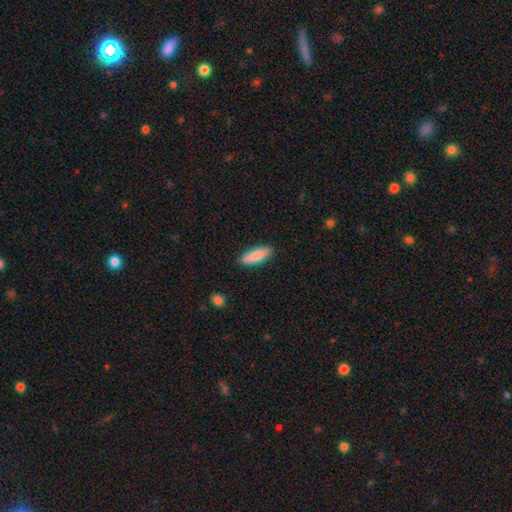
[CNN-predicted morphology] Smooth or featured? smooth (85%)
How rounded? in between (55%)
Merging? none (89%)